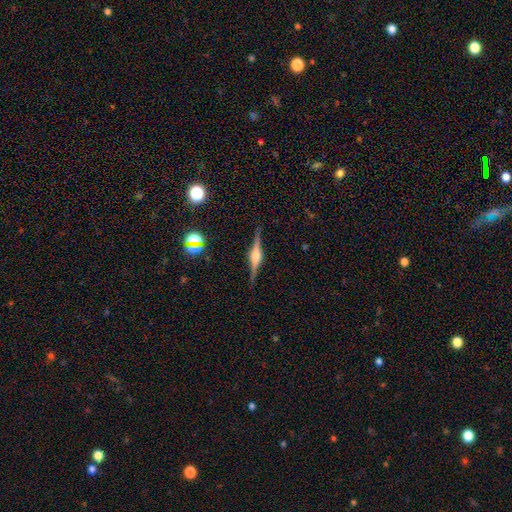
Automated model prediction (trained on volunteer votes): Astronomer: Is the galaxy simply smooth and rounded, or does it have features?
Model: featured or disk — 84%.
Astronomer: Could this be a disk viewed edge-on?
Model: yes — 98%.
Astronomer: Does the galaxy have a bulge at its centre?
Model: rounded — 80%.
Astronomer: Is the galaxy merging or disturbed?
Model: none — 90%.